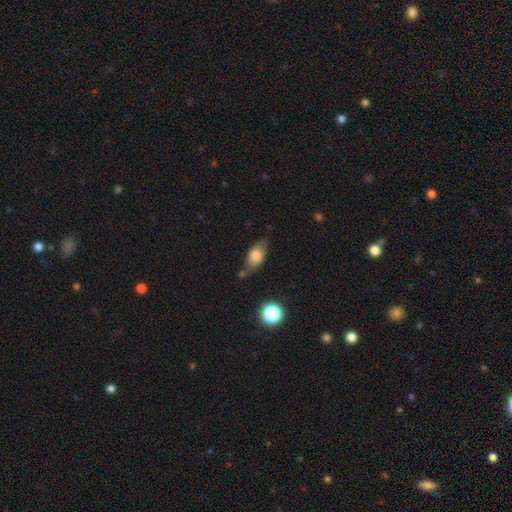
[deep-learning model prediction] This appears to be a smooth galaxy with no disk features (70%) that is in between round and cigar-shaped (83%). Merging: none (63%).